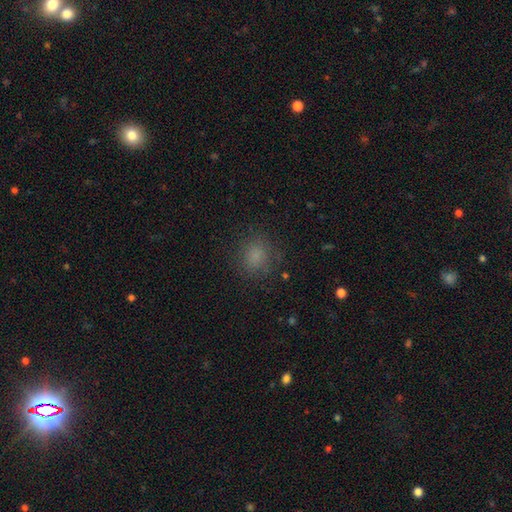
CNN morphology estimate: Smooth or featured: smooth — 79% (star or artifact — 14%)
How rounded: round — 78% (in between — 21%)
Merging: none — 80% (minor disturbance — 12%)